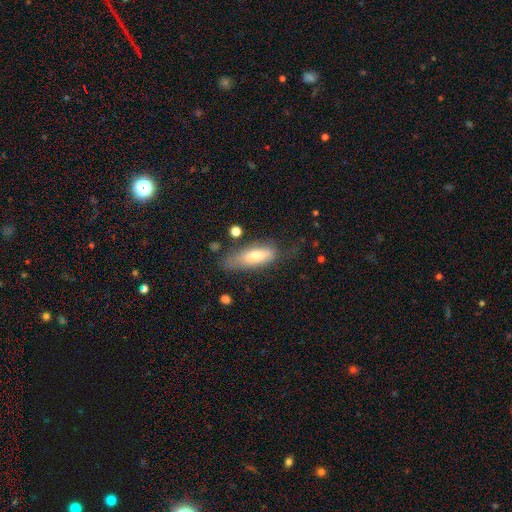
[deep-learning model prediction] smooth 64%, featured or disk 28%, star or artifact 8%. Down the decision tree: how rounded — in between (55%); merging — none (55%).